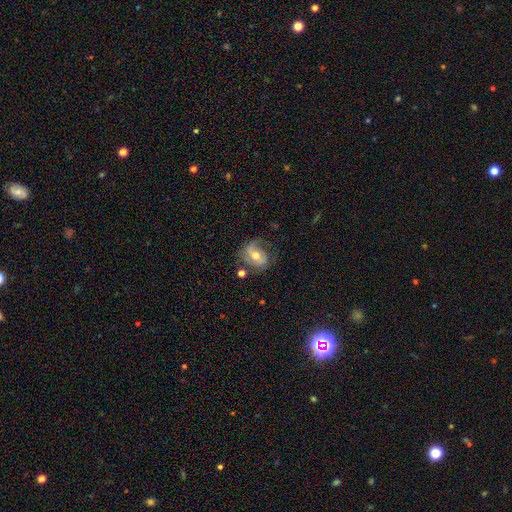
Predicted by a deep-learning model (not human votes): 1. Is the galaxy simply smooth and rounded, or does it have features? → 61% featured or disk, 31% smooth, 9% star or artifact.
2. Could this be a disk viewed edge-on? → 96% no, 4% yes.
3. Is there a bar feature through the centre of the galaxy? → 42% no, 39% weak, 19% strong.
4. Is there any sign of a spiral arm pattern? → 79% yes, 21% no.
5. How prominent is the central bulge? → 69% moderate, 23% small, 5% large, 1% none, 1% dominant.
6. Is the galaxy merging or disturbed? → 57% none, 24% minor disturbance, 15% major disturbance, 4% merger.